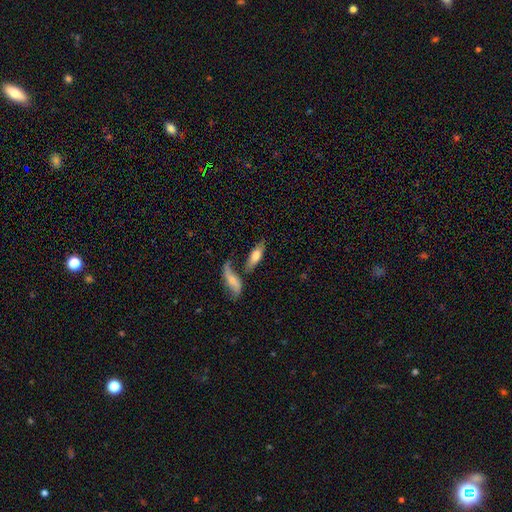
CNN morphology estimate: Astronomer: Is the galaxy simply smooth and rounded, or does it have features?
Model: smooth — 65%.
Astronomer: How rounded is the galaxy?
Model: in between — 67%.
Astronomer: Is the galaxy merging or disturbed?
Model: none — 45% (runner-up: merger, 31%).